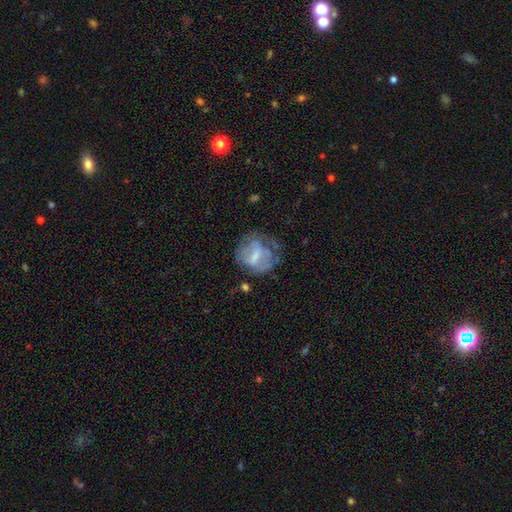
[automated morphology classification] Q: Smooth or featured?
A: featured or disk (53%); runner-up: smooth (38%)
Q: Edge-on disk?
A: no (96%); runner-up: yes (4%)
Q: Bar?
A: weak (47%); runner-up: no (27%)
Q: Spiral arms?
A: no (64%); runner-up: yes (36%)
Q: Bulge size?
A: small (38%); runner-up: moderate (35%)
Q: Merging?
A: none (43%); runner-up: minor disturbance (27%)